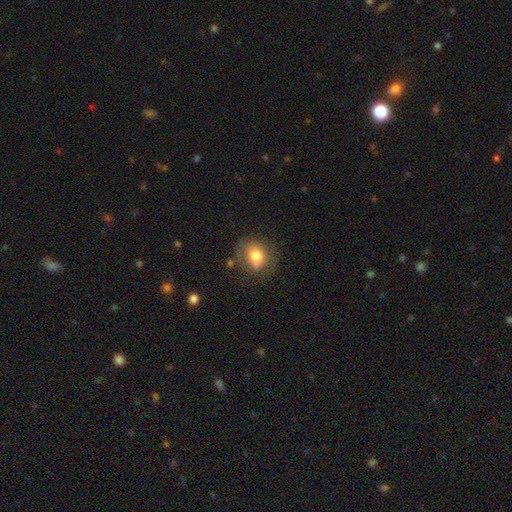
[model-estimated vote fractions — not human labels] A smooth galaxy with no disk features (74%) that is round (69%).

Vote fractions:
- Smooth or featured? smooth: 74% / featured or disk: 16% / star or artifact: 10%
- How rounded? round: 69% / in between: 30% / cigar-shaped: 1%
- Merging? none: 61% / minor disturbance: 22% / merger: 9% / major disturbance: 8%